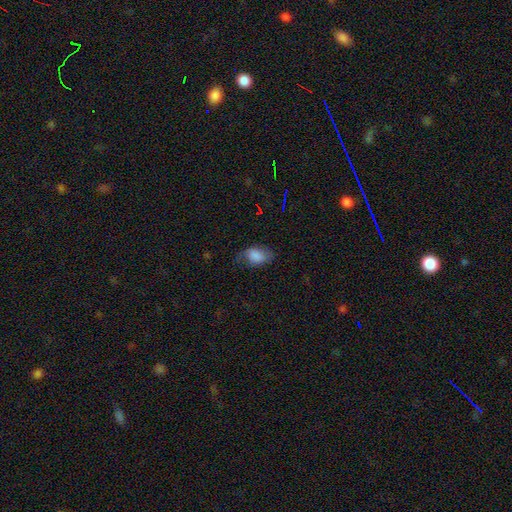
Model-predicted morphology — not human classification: Q: Smooth or featured?
A: smooth (78%); runner-up: featured or disk (13%)
Q: How rounded?
A: in between (86%); runner-up: round (12%)
Q: Merging?
A: none (57%); runner-up: minor disturbance (28%)